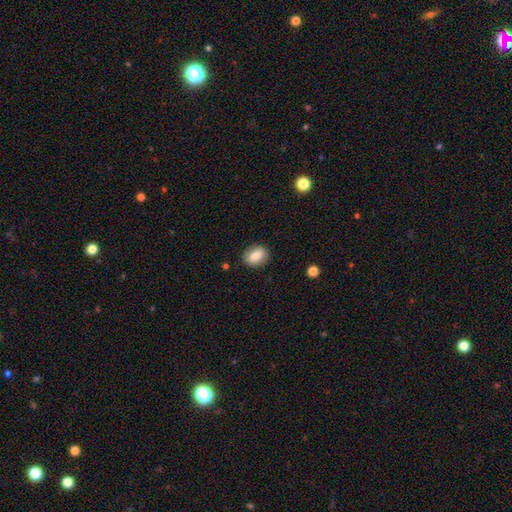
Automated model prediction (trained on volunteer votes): Overall: smooth (79%). How rounded: in between (64%; round 35%). Merging: none (84%).